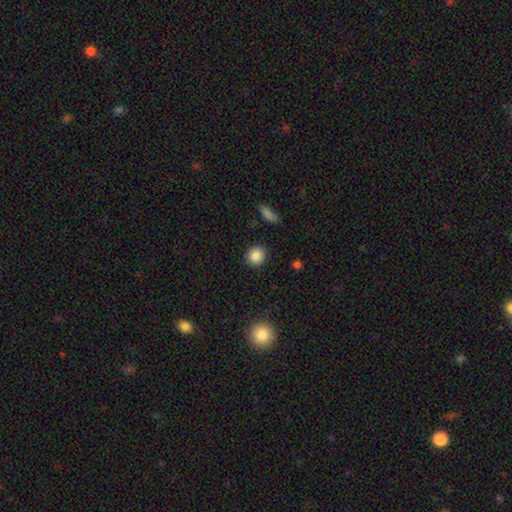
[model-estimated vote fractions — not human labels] This is clearly a smooth galaxy (87%). How rounded: clearly round (89%). Merging: clearly none (90%).